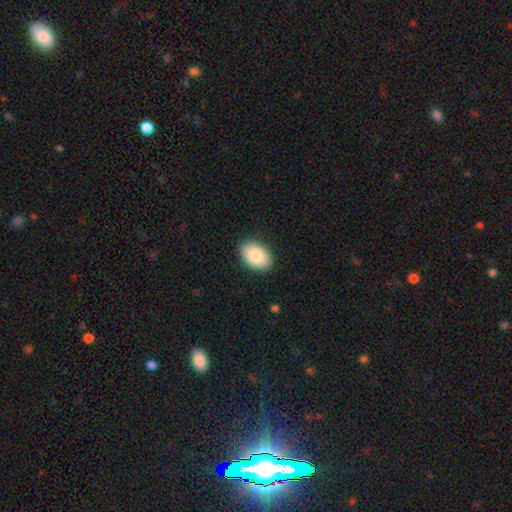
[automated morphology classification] Smooth or featured? Predicted: smooth (p=0.87). How rounded? Predicted: in between (p=0.90). Merging? Predicted: none (p=0.89).